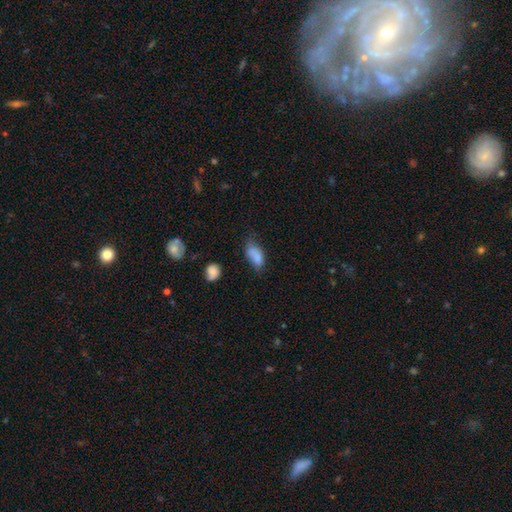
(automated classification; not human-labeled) Smooth or featured? smooth (79%)
How rounded? in between (89%)
Merging? none (40%)